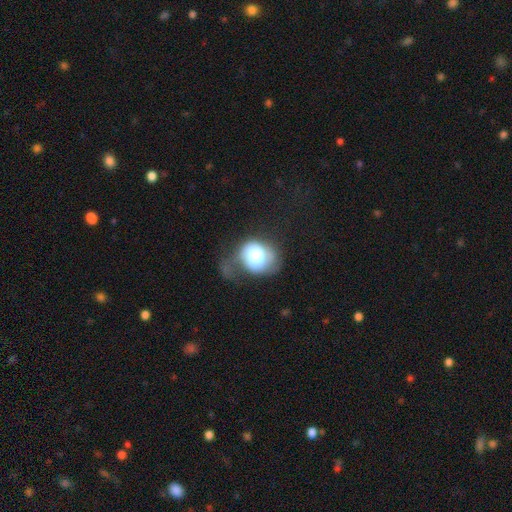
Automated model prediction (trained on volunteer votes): smooth 63%, featured or disk 29%, star or artifact 8%. Down the decision tree: how rounded — round (61%); merging — major disturbance (46%).